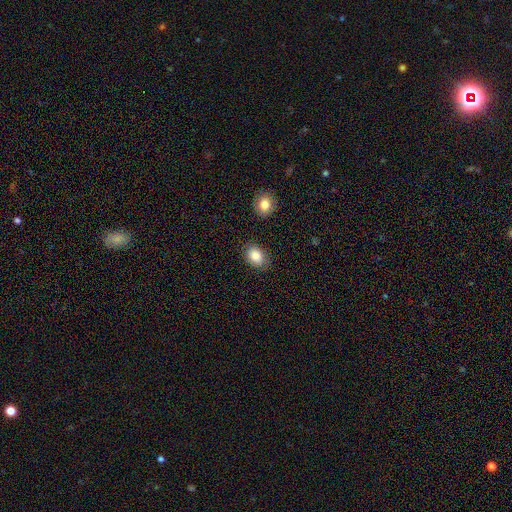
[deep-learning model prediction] Smooth or featured? smooth (85%)
How rounded? in between (73%)
Merging? none (81%)